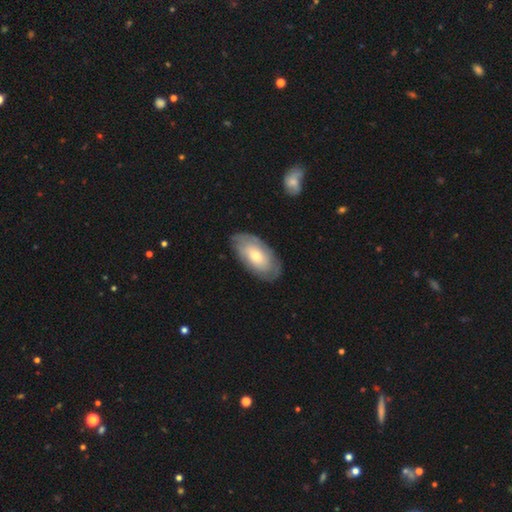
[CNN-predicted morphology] Smooth or featured?
  - smooth: 50% *
  - featured or disk: 44%
  - star or artifact: 6%
Merging?
  - none: 79% *
  - minor disturbance: 16%
  - major disturbance: 4%
  - merger: 1%